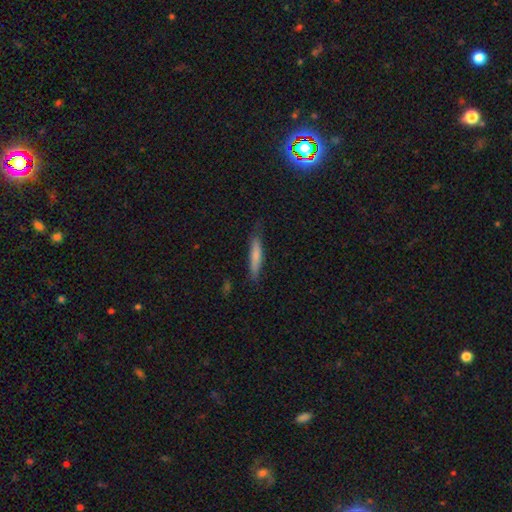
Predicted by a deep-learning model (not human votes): Morphology: type=smooth (73%); roundness=cigar-shaped (90%); merging=none (76%).